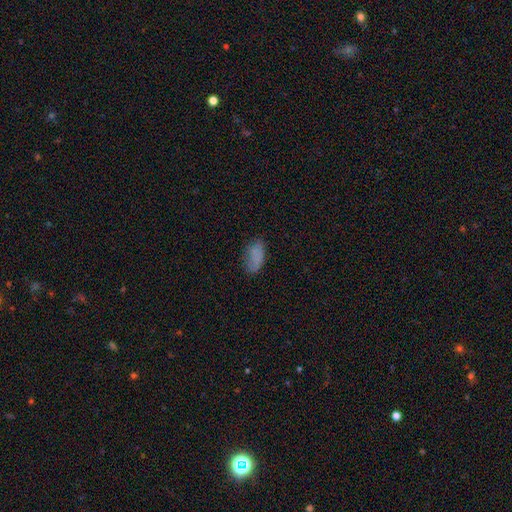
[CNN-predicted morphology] This appears to be a smooth galaxy with no disk features (80%) that is in between round and cigar-shaped (92%). Merging: none (68%).